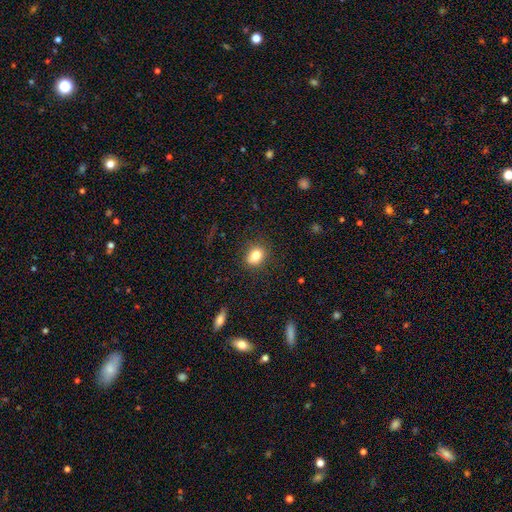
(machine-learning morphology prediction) smooth 81%, star or artifact 11%, featured or disk 8%. Down the decision tree: how rounded — in between (59%); merging — none (78%).